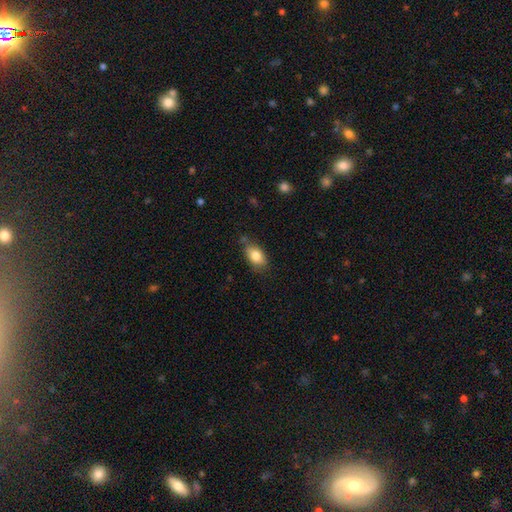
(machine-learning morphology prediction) smooth_or_featured: smooth (p=0.82) [alt: featured or disk p=0.11]
how_rounded: in between (p=0.89) [alt: round p=0.08]
merging: none (p=0.71) [alt: minor disturbance p=0.21]